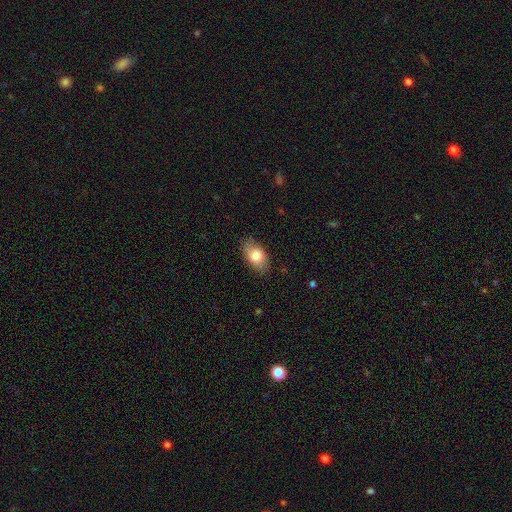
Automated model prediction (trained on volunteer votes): Smooth or featured?
  - smooth: 77% *
  - featured or disk: 16%
  - star or artifact: 7%
How rounded?
  - in between: 91% *
  - round: 7%
  - cigar-shaped: 2%
Merging?
  - none: 80% *
  - minor disturbance: 15%
  - major disturbance: 4%
  - merger: 1%